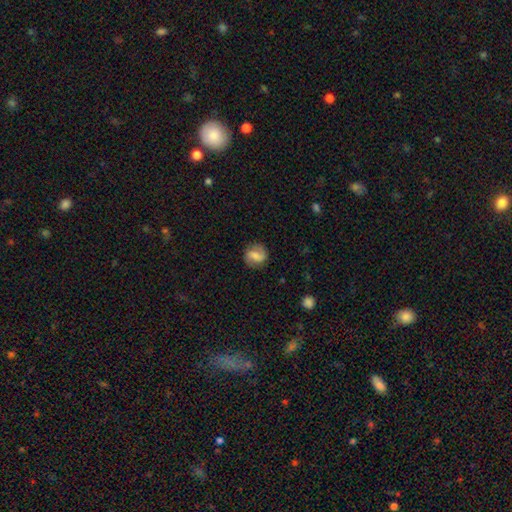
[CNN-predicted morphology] The model was most divided on "smooth or featured": featured or disk: 47%, smooth: 45%, star or artifact: 8%. More confident: merging — none (83%).